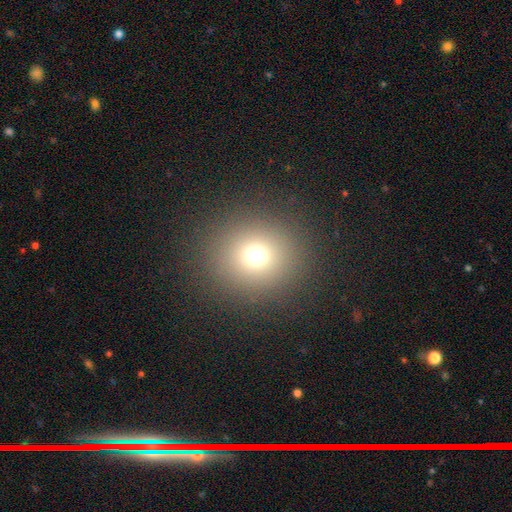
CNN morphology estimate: This is likely a smooth galaxy (71%). How rounded: clearly round (87%). Merging: clearly none (89%).